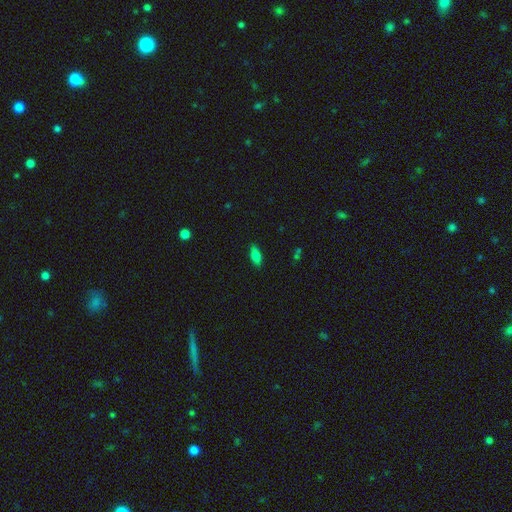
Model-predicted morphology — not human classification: smooth_or_featured: smooth (p=0.77) [alt: featured or disk p=0.14]
how_rounded: in between (p=0.78) [alt: cigar-shaped p=0.19]
merging: none (p=0.86) [alt: minor disturbance p=0.10]